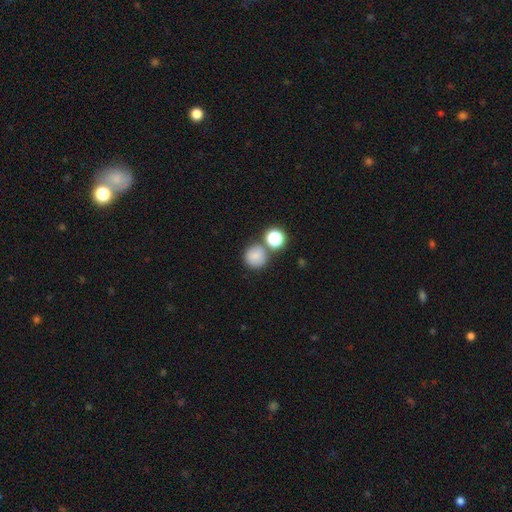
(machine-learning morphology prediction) A smooth galaxy with no disk features (79%) that is round (91%).

Vote fractions:
- Smooth or featured? smooth: 79% / star or artifact: 13% / featured or disk: 8%
- How rounded? round: 91% / in between: 8% / cigar-shaped: 1%
- Merging? none: 65% / merger: 20% / minor disturbance: 11% / major disturbance: 4%